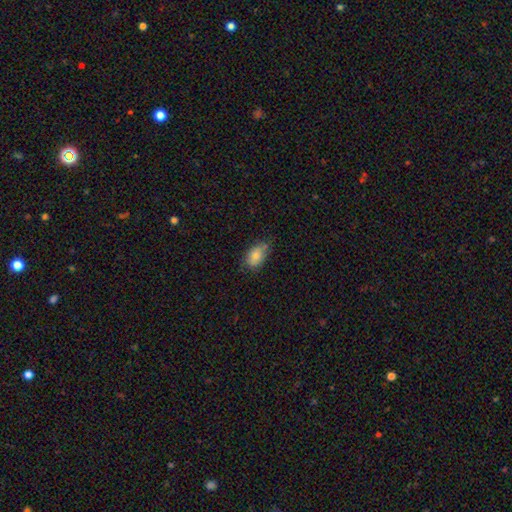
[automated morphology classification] smooth 81%, featured or disk 11%, star or artifact 8%. Down the decision tree: how rounded — in between (90%); merging — none (59%).